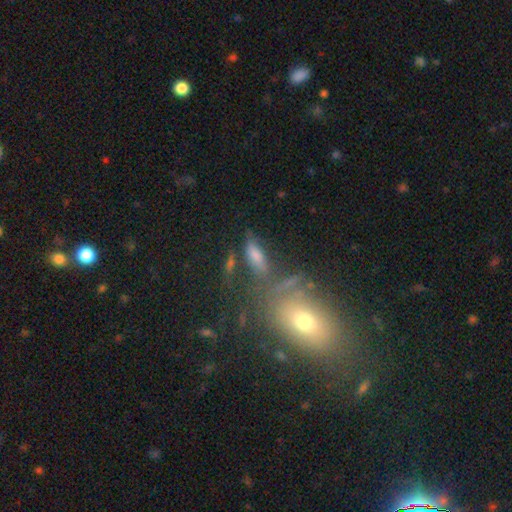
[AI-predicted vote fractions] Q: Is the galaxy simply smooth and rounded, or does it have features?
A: smooth — 40%.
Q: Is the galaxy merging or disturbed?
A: none — 61%.